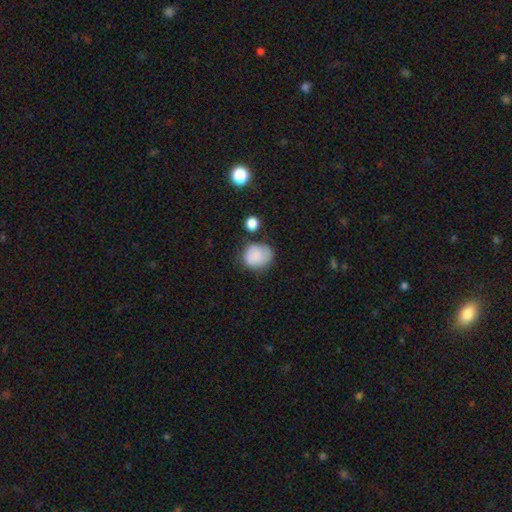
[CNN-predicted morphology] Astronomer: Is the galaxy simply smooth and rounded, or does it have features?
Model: smooth — 81%.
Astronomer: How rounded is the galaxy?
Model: round — 72%.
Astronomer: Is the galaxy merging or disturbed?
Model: none — 57%.